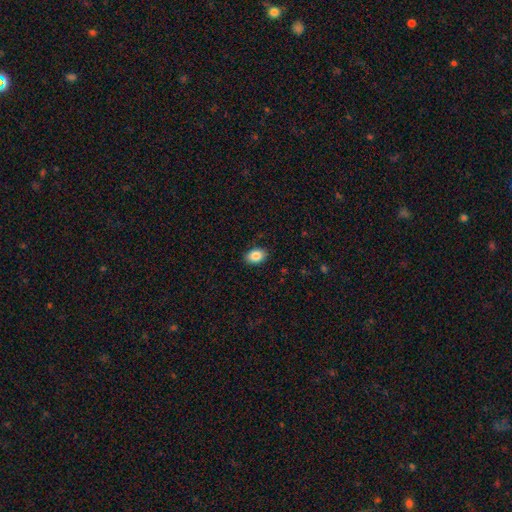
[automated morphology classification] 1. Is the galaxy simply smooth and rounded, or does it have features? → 87% smooth, 8% star or artifact, 5% featured or disk.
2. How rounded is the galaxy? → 84% in between, 15% round, 1% cigar-shaped.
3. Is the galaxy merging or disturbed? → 88% none, 9% minor disturbance, 2% major disturbance, 1% merger.